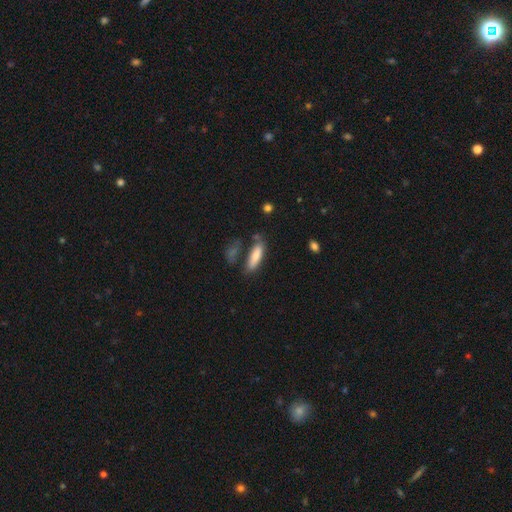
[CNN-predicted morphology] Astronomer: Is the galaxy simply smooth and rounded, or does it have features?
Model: smooth — 79%.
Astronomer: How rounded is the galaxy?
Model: cigar-shaped — 57% (runner-up: in between, 41%).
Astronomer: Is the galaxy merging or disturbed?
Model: none — 59%.